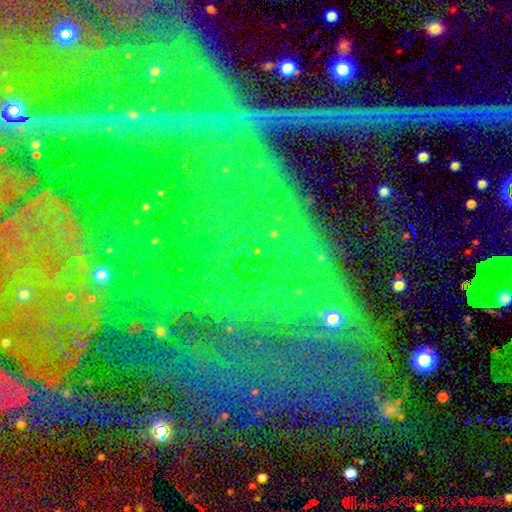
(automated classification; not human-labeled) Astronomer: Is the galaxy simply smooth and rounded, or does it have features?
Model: star or artifact — 83%.